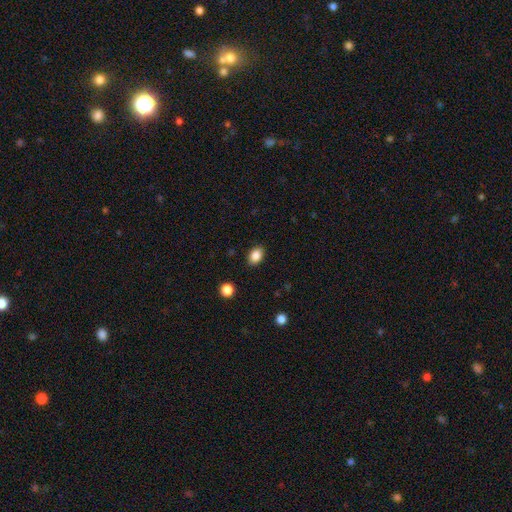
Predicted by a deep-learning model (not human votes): A smooth galaxy with no disk features (86%) that is in between round and cigar-shaped (78%). Merging: none (88%).